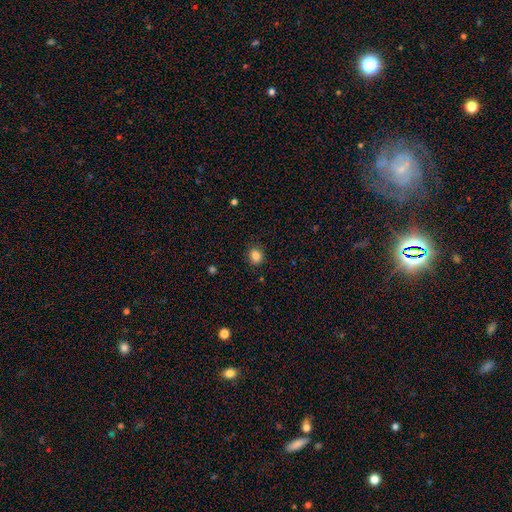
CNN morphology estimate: A smooth galaxy with no disk features (85%) that is round (64%). Merging: none (87%).